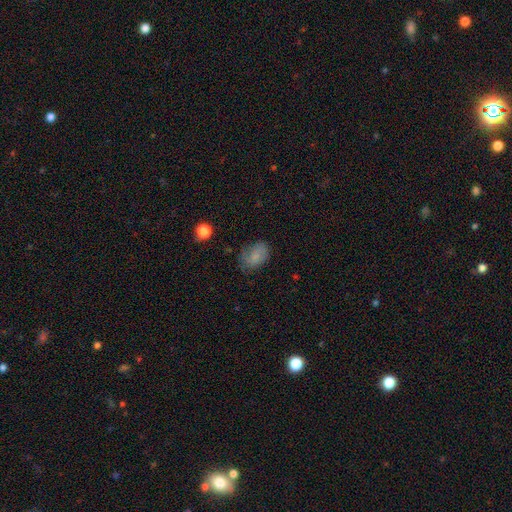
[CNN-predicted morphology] A smooth galaxy with no disk features (75%) that is in between round and cigar-shaped (76%).

Vote fractions:
- Smooth or featured? smooth: 75% / featured or disk: 14% / star or artifact: 11%
- How rounded? in between: 76% / round: 23% / cigar-shaped: 1%
- Merging? none: 64% / minor disturbance: 25% / major disturbance: 9% / merger: 2%